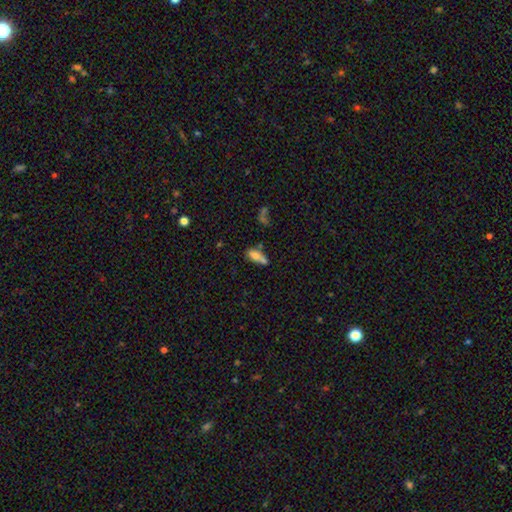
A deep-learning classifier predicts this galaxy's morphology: Smooth or featured?
  - smooth: 71% *
  - featured or disk: 19%
  - star or artifact: 10%
How rounded?
  - in between: 72% *
  - cigar-shaped: 24%
  - round: 4%
Merging?
  - none: 39% *
  - minor disturbance: 26%
  - merger: 22%
  - major disturbance: 13%